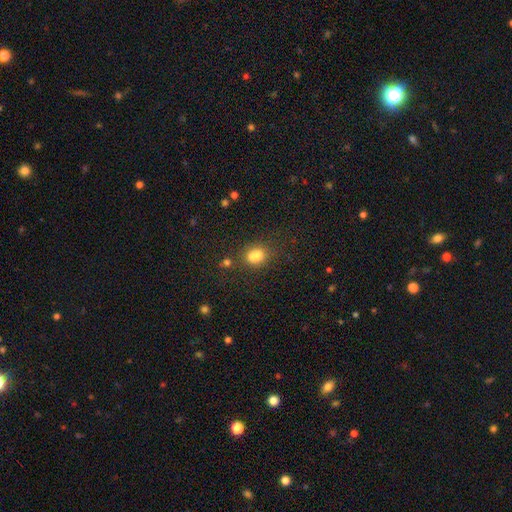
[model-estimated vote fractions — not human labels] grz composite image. It shows a smooth galaxy with no disk features (72%) that is round (60%). Merging: merger (47%).